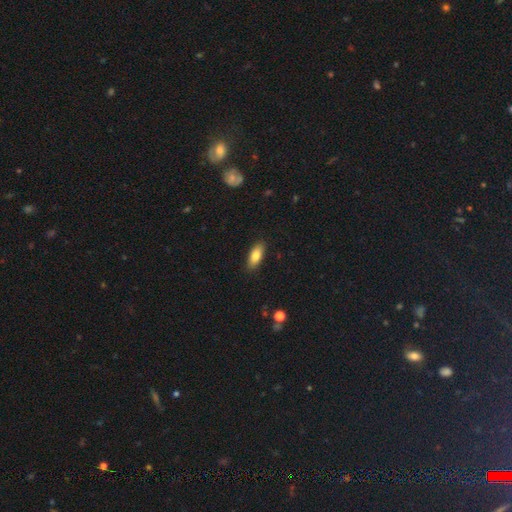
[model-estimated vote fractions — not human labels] This is clearly a smooth galaxy (81%). How rounded: likely in between (77%). Merging: clearly none (87%).